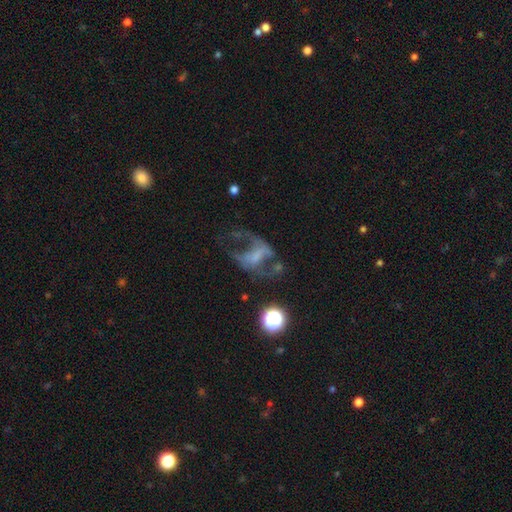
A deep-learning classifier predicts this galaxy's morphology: The model was most divided on "merging": major disturbance: 43%, none: 34%, minor disturbance: 15%, merger: 7%. Remaining: edge-on disk — no (96%); smooth or featured — featured or disk (64%); spiral arms — yes (57%); bulge size — none (50%); bar — no (43%).